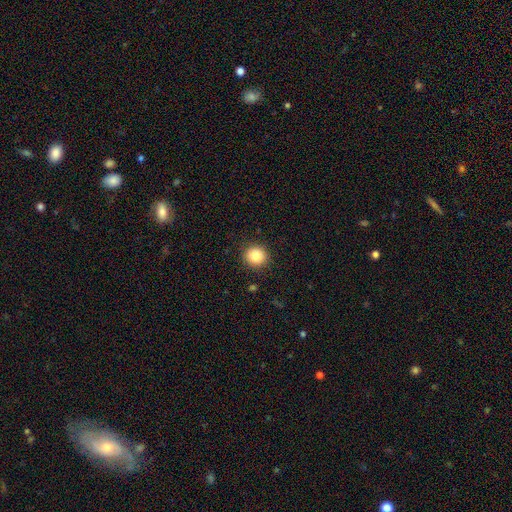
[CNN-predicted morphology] This appears to be a smooth galaxy with no disk features (85%) that is round (91%). Merging: none (90%).